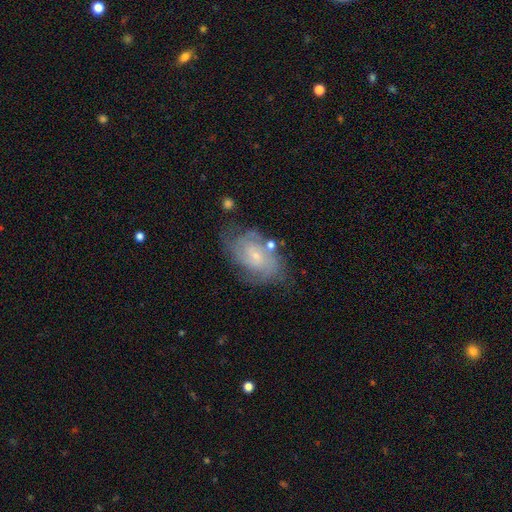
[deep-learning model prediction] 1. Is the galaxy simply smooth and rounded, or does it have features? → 74% featured or disk, 18% smooth, 8% star or artifact.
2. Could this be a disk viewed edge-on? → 96% no, 4% yes.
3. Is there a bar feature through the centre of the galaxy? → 64% no, 31% weak, 5% strong.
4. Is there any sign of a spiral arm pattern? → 90% yes, 10% no.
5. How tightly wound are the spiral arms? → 58% tight, 32% medium, 9% loose.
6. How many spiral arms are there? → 42% can't tell, 24% 2, 15% 3, 10% 4, 5% 1, 5% more than 4.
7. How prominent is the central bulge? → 73% small, 19% moderate, 5% none, 1% large, 1% dominant.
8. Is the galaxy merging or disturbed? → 66% none, 20% minor disturbance, 9% major disturbance, 5% merger.